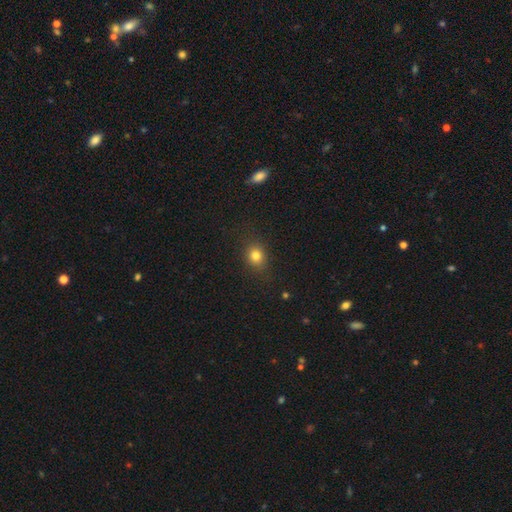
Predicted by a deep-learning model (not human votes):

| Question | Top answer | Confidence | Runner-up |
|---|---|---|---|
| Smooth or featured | smooth | 80% | star or artifact (13%) |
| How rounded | round | 61% | in between (37%) |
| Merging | none | 83% | minor disturbance (12%) |